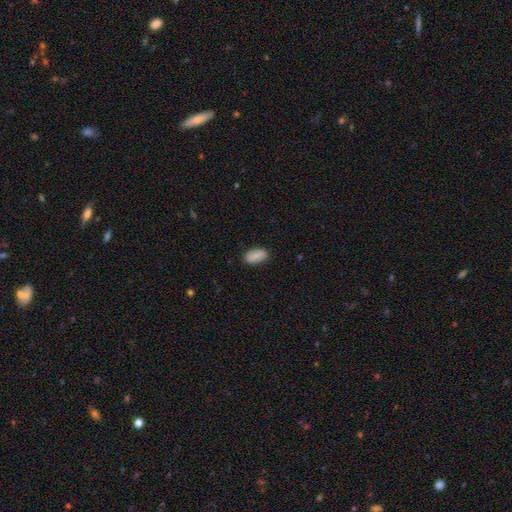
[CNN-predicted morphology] A smooth galaxy with no disk features (85%) that is in between round and cigar-shaped (91%).

Vote fractions:
- Smooth or featured? smooth: 85% / featured or disk: 9% / star or artifact: 7%
- How rounded? in between: 91% / cigar-shaped: 6% / round: 3%
- Merging? none: 86% / minor disturbance: 11% / major disturbance: 2% / merger: 1%